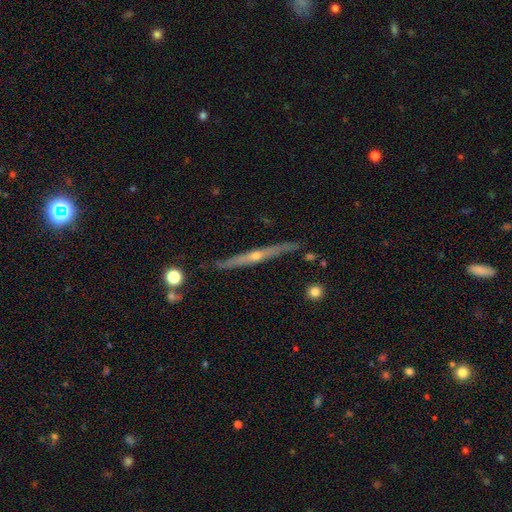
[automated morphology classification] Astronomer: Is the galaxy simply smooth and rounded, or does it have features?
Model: featured or disk — 82%.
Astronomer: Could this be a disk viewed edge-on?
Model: yes — 98%.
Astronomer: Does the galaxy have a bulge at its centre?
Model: rounded — 83%.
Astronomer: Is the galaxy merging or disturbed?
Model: none — 86%.